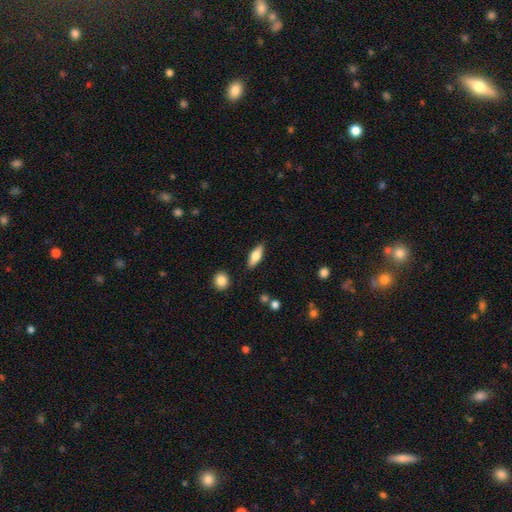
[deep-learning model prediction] smooth_or_featured: smooth (p=0.65) [alt: featured or disk p=0.28]
how_rounded: in between (p=0.65) [alt: cigar-shaped p=0.32]
merging: none (p=0.86) [alt: minor disturbance p=0.10]